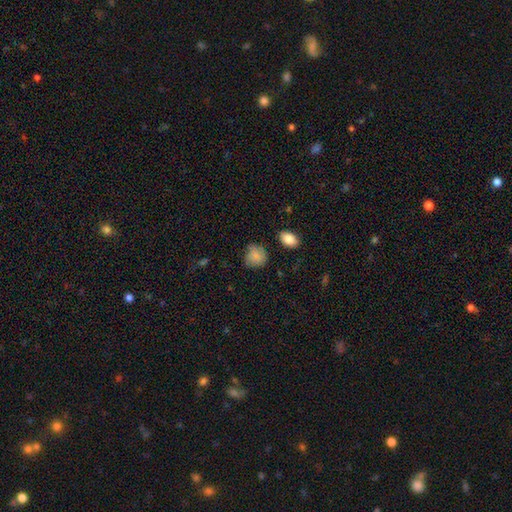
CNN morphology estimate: smooth_or_featured: smooth (p=0.79) [alt: featured or disk p=0.12]
how_rounded: round (p=0.77) [alt: in between p=0.22]
merging: none (p=0.66) [alt: minor disturbance p=0.26]